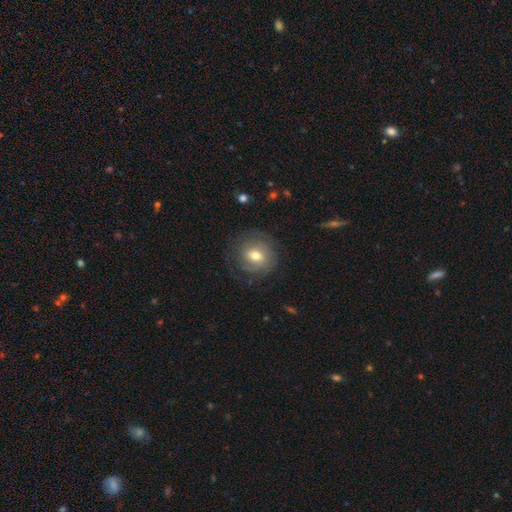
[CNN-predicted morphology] Overall: featured or disk (49%; smooth 43%). Merging: none (73%).